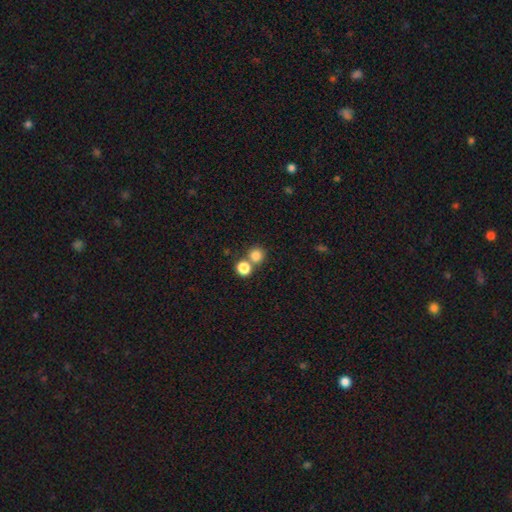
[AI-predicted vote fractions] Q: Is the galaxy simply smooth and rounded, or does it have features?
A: smooth — 82%.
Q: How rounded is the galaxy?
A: round — 89%.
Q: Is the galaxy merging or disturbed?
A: none — 58%.